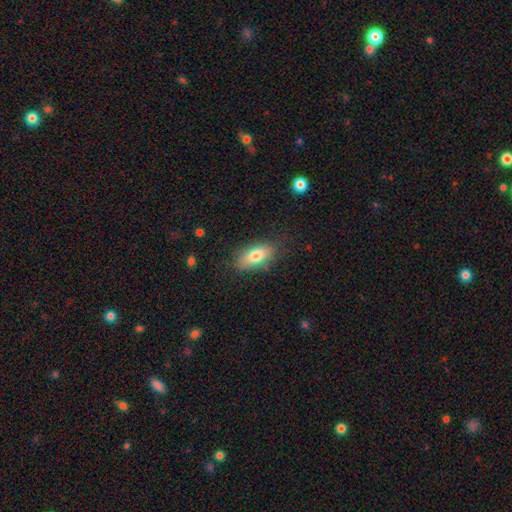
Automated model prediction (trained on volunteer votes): Overall: smooth (76%). How rounded: in between (84%). Merging: none (80%).